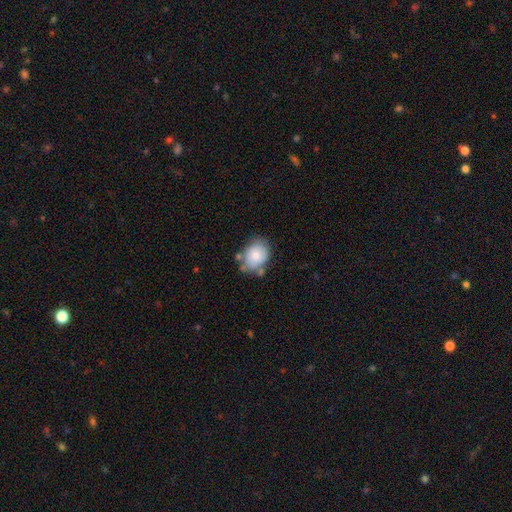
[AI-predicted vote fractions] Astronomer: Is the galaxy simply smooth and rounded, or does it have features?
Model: smooth — 76%.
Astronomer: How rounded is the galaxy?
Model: in between — 50% (runner-up: round, 49%).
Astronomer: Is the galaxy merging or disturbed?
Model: none — 60%.